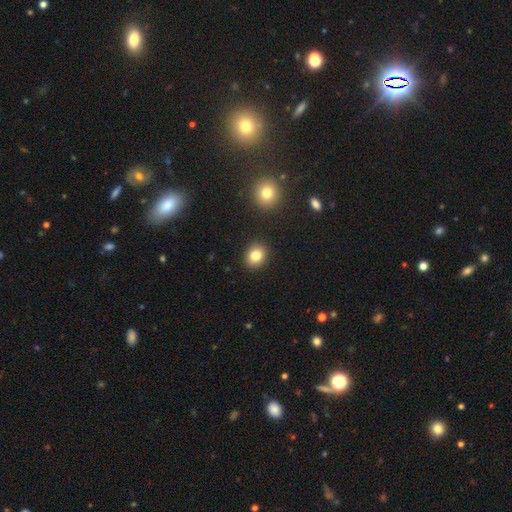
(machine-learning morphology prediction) Q: Smooth or featured?
A: smooth (82%); runner-up: star or artifact (10%)
Q: How rounded?
A: round (64%); runner-up: in between (35%)
Q: Merging?
A: none (89%); runner-up: minor disturbance (7%)